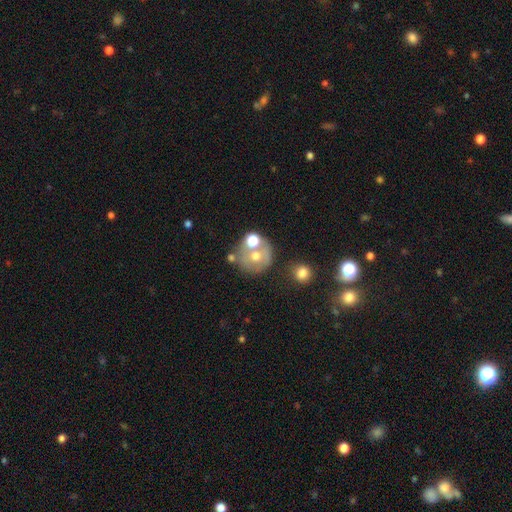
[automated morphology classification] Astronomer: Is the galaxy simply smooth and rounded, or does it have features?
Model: smooth — 52% (runner-up: featured or disk, 35%).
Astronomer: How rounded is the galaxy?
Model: round — 85%.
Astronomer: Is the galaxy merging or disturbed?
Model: none — 51% (runner-up: merger, 27%).